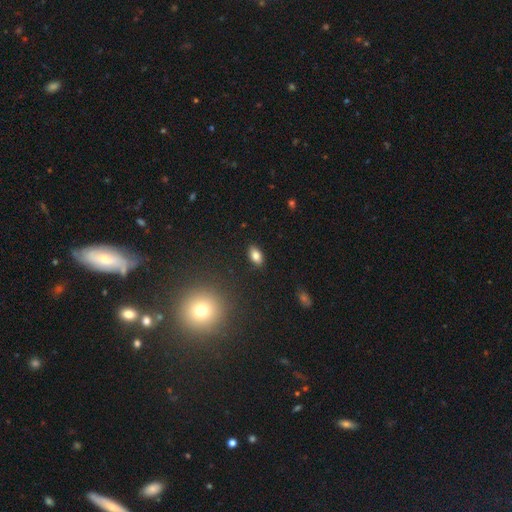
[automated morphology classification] Smooth or featured: smooth — 81% (star or artifact — 10%)
How rounded: in between — 90% (round — 6%)
Merging: none — 88% (minor disturbance — 9%)